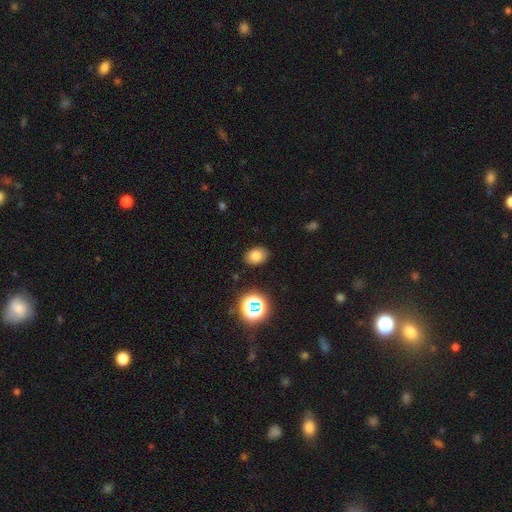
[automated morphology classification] Smooth or featured? Predicted: smooth (p=0.76). How rounded? Predicted: in between (p=0.71). Merging? Predicted: none (p=0.87).